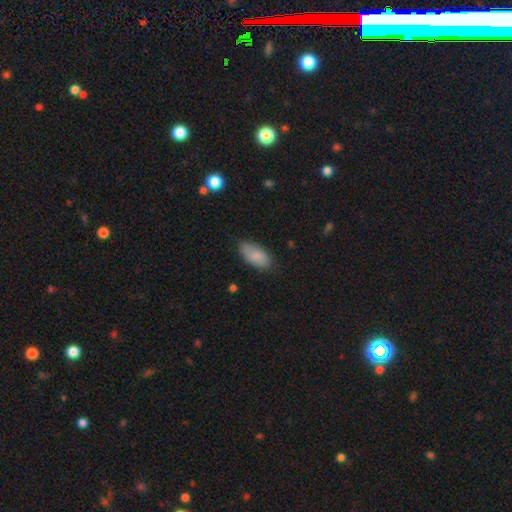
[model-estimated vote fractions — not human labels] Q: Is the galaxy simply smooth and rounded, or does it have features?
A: smooth — 86%.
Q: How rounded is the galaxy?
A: in between — 92%.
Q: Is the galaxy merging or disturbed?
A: none — 77%.